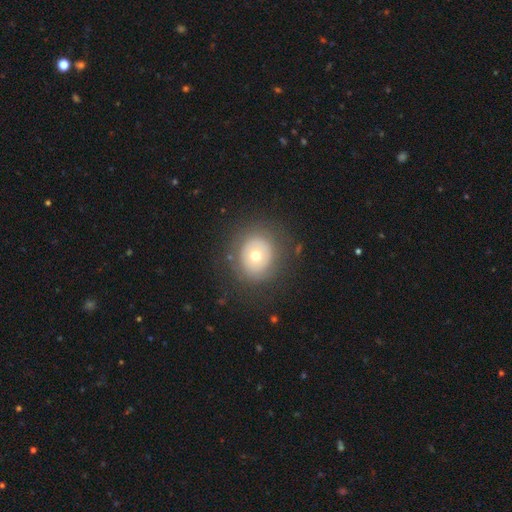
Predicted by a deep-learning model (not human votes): Q: Smooth or featured?
A: smooth (55%); runner-up: featured or disk (36%)
Q: How rounded?
A: round (79%); runner-up: in between (20%)
Q: Merging?
A: none (81%); runner-up: minor disturbance (11%)